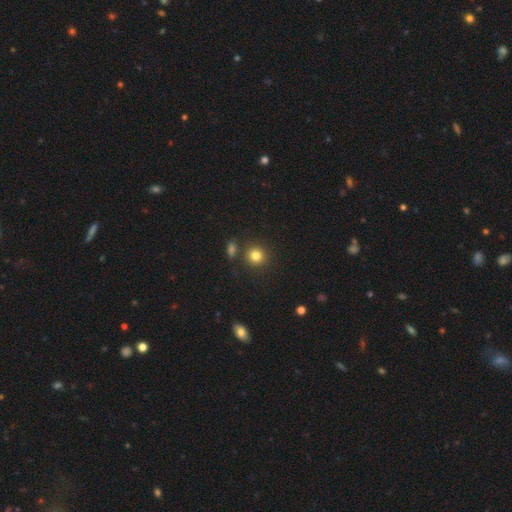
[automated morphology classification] smooth 81%, star or artifact 13%, featured or disk 6%. Down the decision tree: how rounded — round (90%); merging — none (82%).